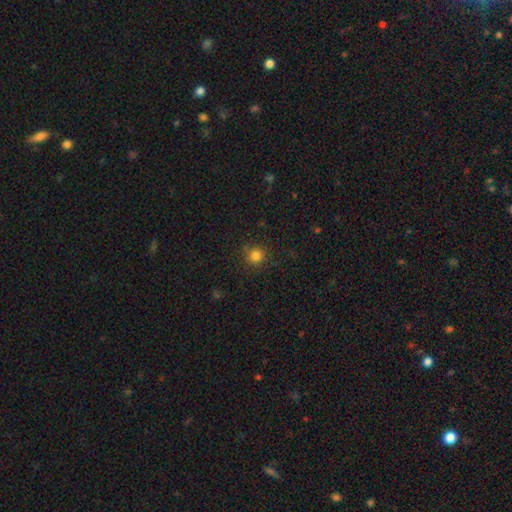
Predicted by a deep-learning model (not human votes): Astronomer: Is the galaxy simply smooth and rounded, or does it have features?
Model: smooth — 82%.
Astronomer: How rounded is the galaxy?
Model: round — 91%.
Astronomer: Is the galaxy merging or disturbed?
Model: none — 86%.